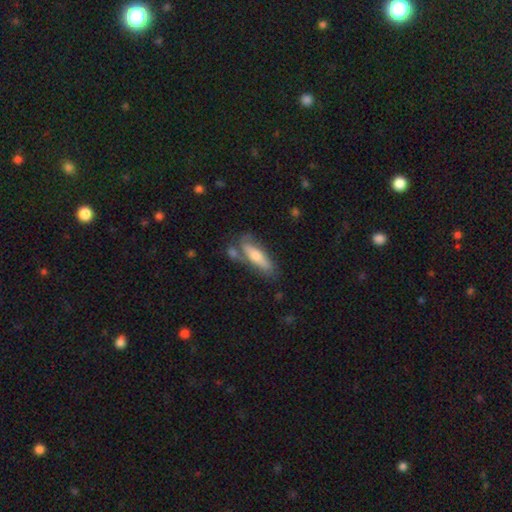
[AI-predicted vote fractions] The model was most divided on "how rounded": cigar-shaped: 63%, in between: 35%, round: 2%. More confident: smooth or featured — smooth (61%); merging — none (61%).